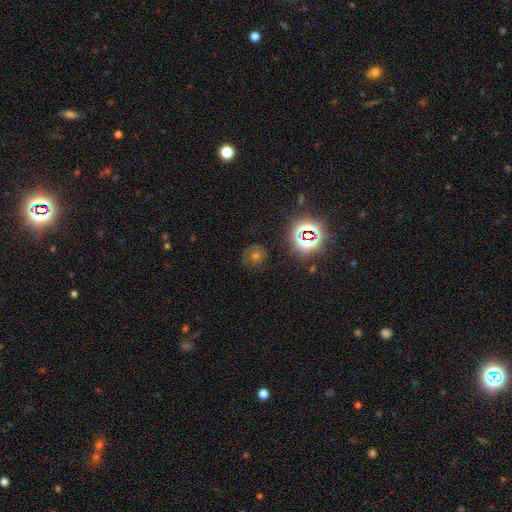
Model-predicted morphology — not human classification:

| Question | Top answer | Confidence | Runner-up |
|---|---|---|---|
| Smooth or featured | star or artifact | 42% | smooth (32%) |